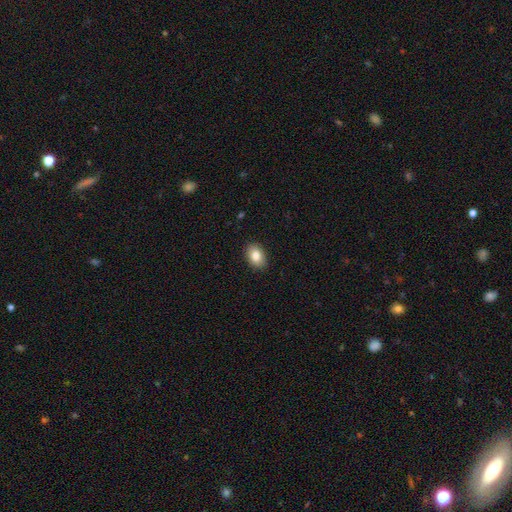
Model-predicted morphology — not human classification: A smooth galaxy with no disk features (84%) that is in between round and cigar-shaped (83%). Merging: none (89%).